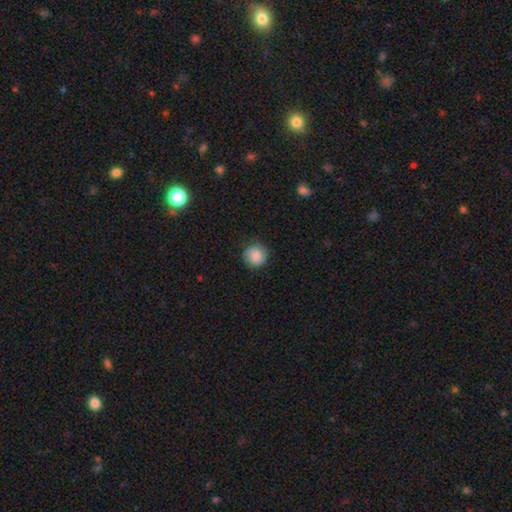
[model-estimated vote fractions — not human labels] Smooth or featured?
  - smooth: 86% *
  - star or artifact: 8%
  - featured or disk: 6%
How rounded?
  - round: 93% *
  - in between: 6%
  - cigar-shaped: 1%
Merging?
  - none: 82% *
  - minor disturbance: 13%
  - major disturbance: 3%
  - merger: 1%